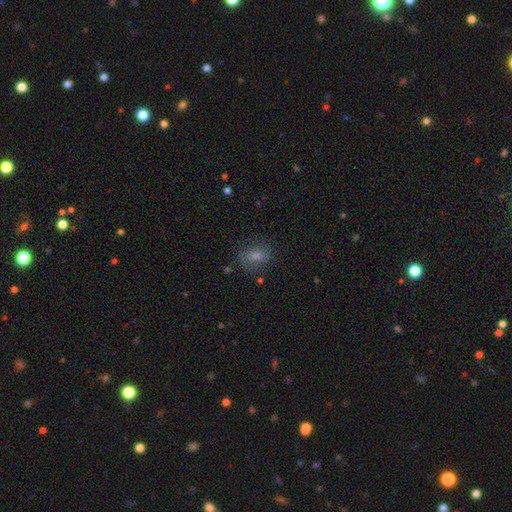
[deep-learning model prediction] Q: Smooth or featured?
A: smooth (71%); runner-up: featured or disk (16%)
Q: How rounded?
A: in between (72%); runner-up: round (24%)
Q: Merging?
A: none (69%); runner-up: minor disturbance (19%)